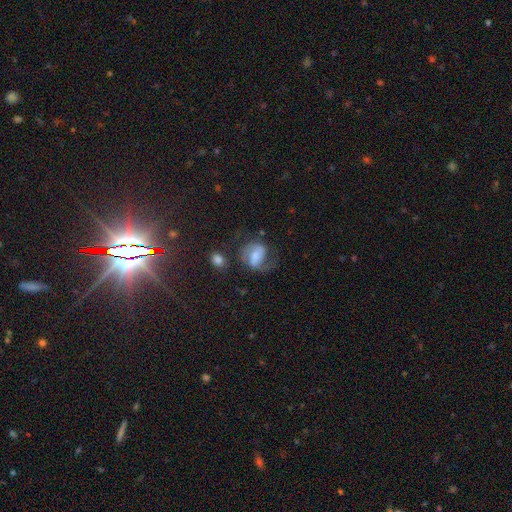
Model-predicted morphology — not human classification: A featured or disk galaxy (61%) with a weak bar (44%), 2 (80%) medium (47%) spiral arms (86%) and a moderate central bulge (36%). Merging: none (46%).